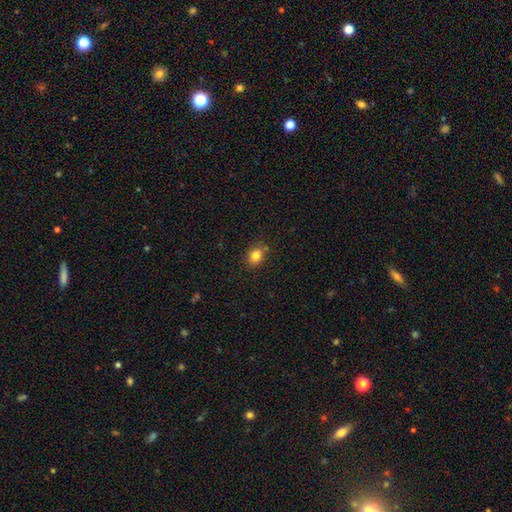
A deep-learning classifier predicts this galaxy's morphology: Q: Smooth or featured?
A: smooth (82%); runner-up: star or artifact (11%)
Q: How rounded?
A: round (58%); runner-up: in between (41%)
Q: Merging?
A: none (81%); runner-up: minor disturbance (12%)